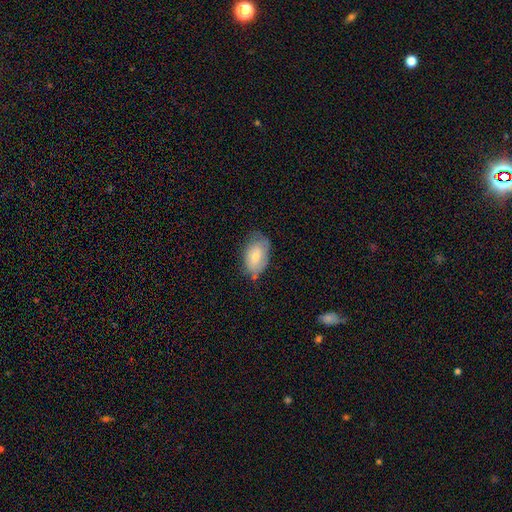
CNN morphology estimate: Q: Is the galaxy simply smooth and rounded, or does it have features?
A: smooth — 64%.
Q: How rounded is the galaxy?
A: in between — 91%.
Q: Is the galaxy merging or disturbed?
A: none — 59%.